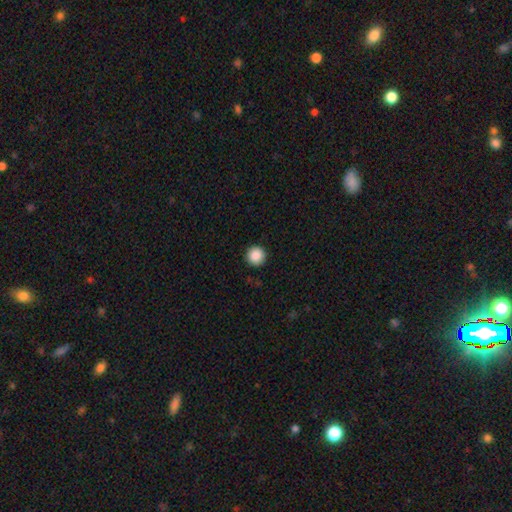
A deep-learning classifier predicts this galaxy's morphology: This is clearly a smooth galaxy (88%). How rounded: clearly round (96%). Merging: clearly none (92%).